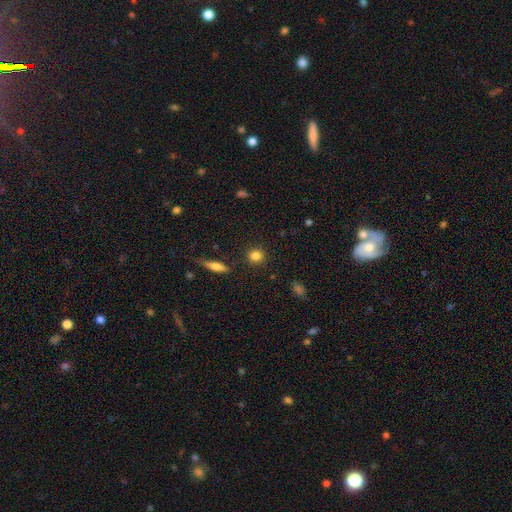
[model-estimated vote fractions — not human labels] A smooth galaxy with no disk features (84%) that is round (84%). Merging: none (88%).